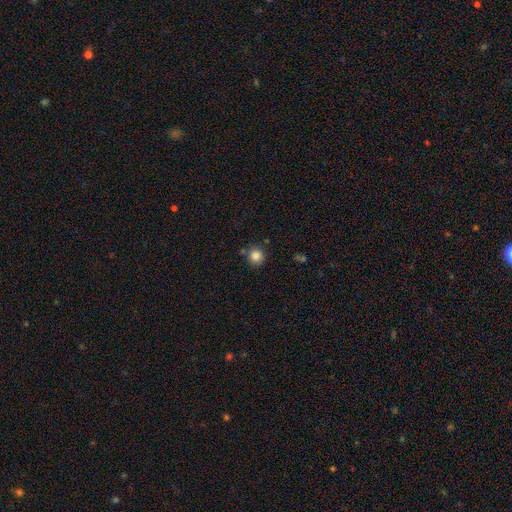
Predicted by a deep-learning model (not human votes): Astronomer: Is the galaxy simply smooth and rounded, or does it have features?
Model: smooth — 84%.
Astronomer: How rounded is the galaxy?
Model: round — 92%.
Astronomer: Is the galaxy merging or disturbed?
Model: none — 81%.